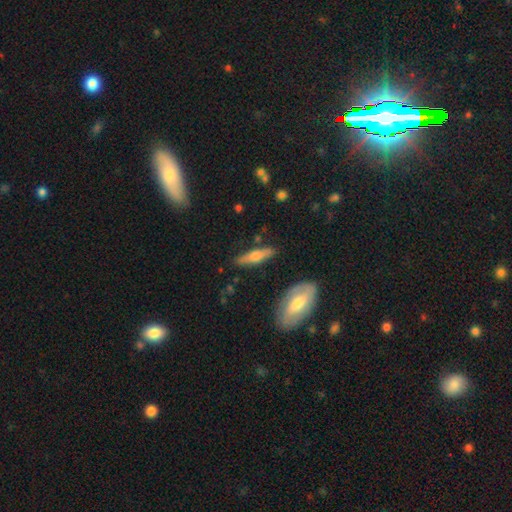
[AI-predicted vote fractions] A featured or disk galaxy (52%) viewed edge-on (90%). Merging: none (85%).